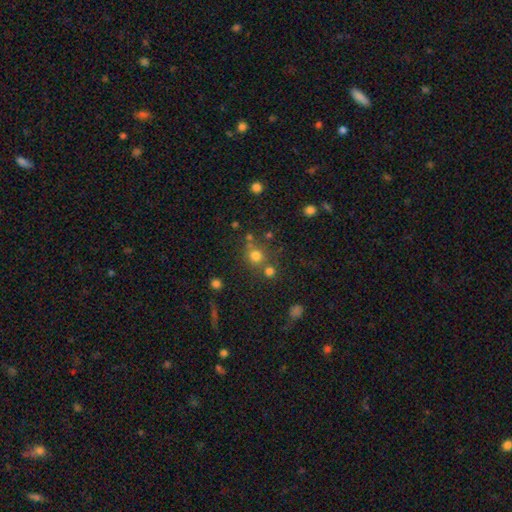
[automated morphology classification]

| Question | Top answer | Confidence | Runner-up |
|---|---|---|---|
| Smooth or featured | smooth | 73% | star or artifact (19%) |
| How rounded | round | 87% | in between (12%) |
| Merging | none | 64% | merger (22%) |